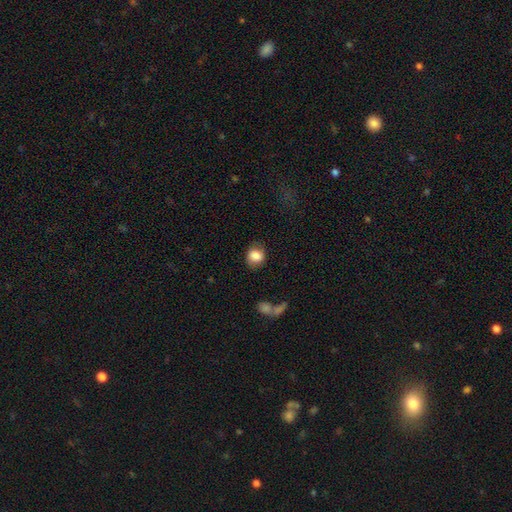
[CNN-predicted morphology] Smooth or featured?
  - smooth: 84% *
  - featured or disk: 8%
  - star or artifact: 8%
How rounded?
  - round: 65% *
  - in between: 34%
  - cigar-shaped: 1%
Merging?
  - none: 70% *
  - minor disturbance: 19%
  - major disturbance: 7%
  - merger: 3%